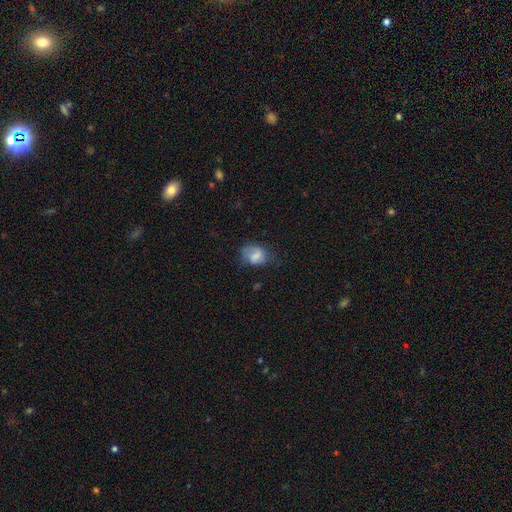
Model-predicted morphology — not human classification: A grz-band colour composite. It shows a smooth galaxy with no disk features (66%) that is in between round and cigar-shaped (59%). Merging: none (50%).